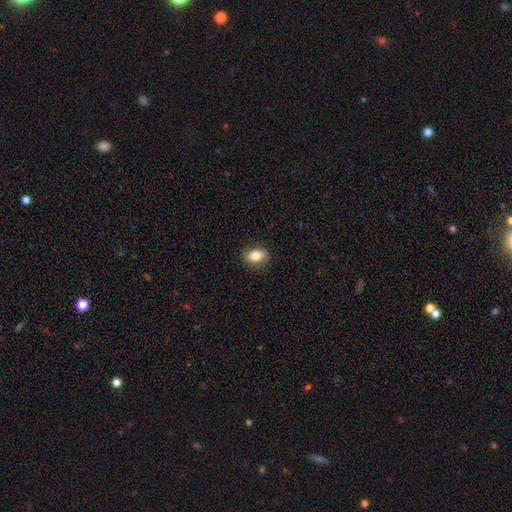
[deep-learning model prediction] smooth-or-featured: smooth: 82% | featured or disk: 9% | star or artifact: 9%
  how-rounded: in between: 75% | round: 23% | cigar-shaped: 2%
  merging: none: 87% | minor disturbance: 9% | major disturbance: 2% | merger: 1%